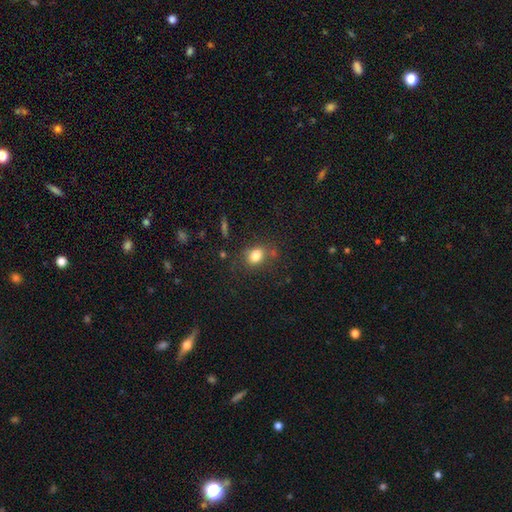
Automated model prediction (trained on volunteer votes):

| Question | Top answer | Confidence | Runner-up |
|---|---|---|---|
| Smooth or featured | smooth | 81% | star or artifact (12%) |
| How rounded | in between | 52% | round (46%) |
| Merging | none | 71% | minor disturbance (17%) |